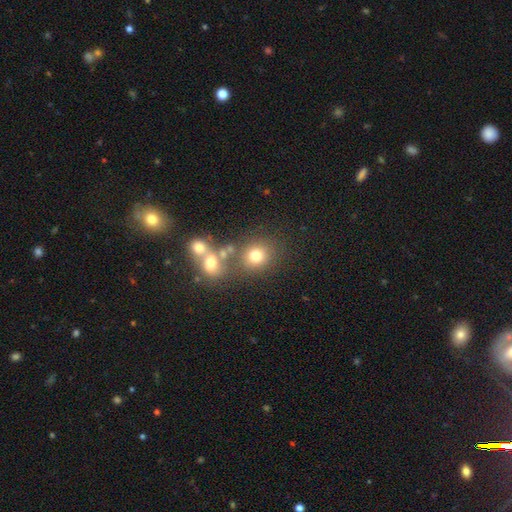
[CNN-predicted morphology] The model was most divided on "merging": none: 66%, merger: 19%, minor disturbance: 10%, major disturbance: 5%. More confident: how rounded — round (81%); smooth or featured — smooth (74%).